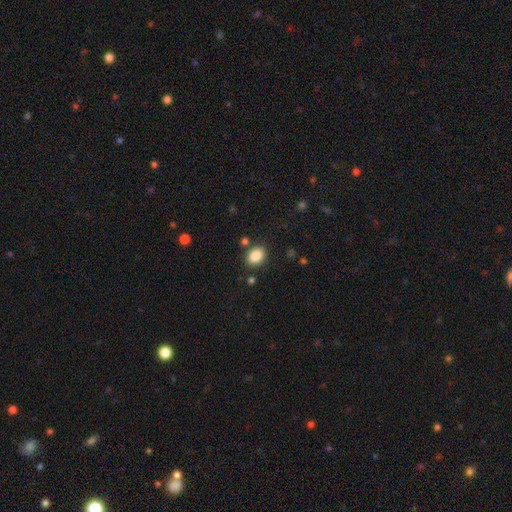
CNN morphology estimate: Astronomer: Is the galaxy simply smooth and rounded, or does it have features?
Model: smooth — 86%.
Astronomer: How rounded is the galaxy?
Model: in between — 70%.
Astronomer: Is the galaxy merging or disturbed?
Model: none — 82%.